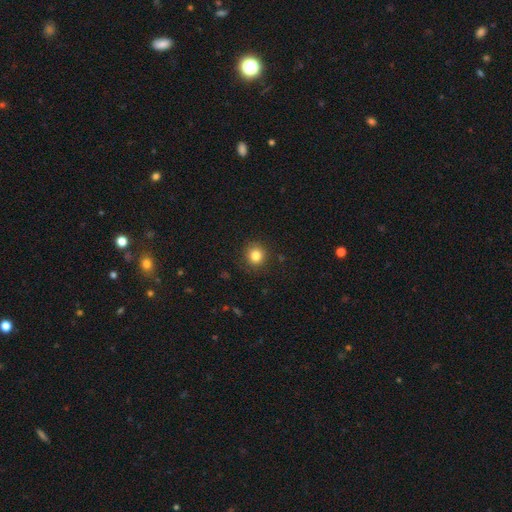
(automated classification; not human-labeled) smooth-or-featured: smooth: 83% | star or artifact: 11% | featured or disk: 6%
  how-rounded: round: 89% | in between: 10% | cigar-shaped: 1%
  merging: none: 89% | minor disturbance: 8% | major disturbance: 3% | merger: 1%